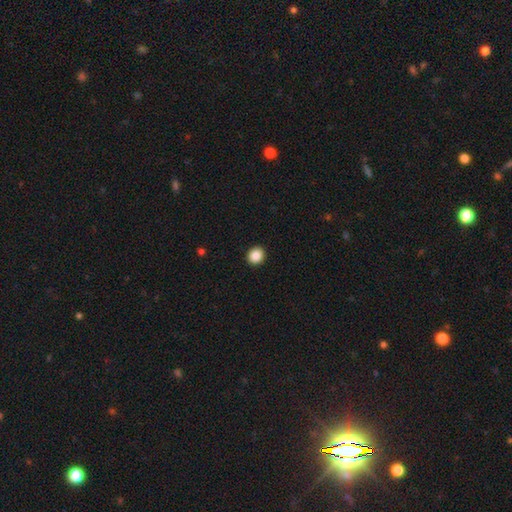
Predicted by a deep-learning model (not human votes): A smooth galaxy with no disk features (88%) that is round (77%). Merging: none (93%).